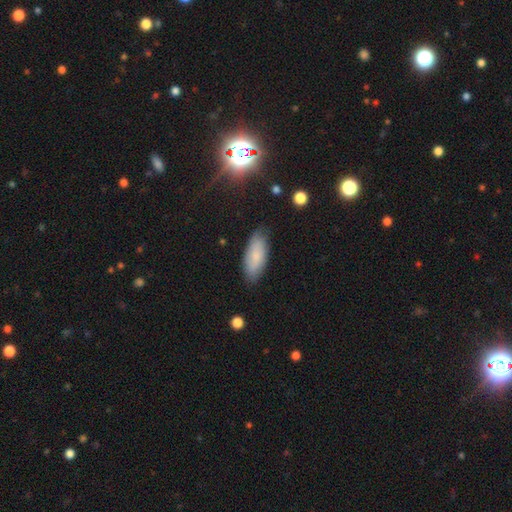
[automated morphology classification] Q: Smooth or featured?
A: smooth (76%); runner-up: featured or disk (16%)
Q: How rounded?
A: in between (80%); runner-up: cigar-shaped (18%)
Q: Merging?
A: none (80%); runner-up: minor disturbance (15%)